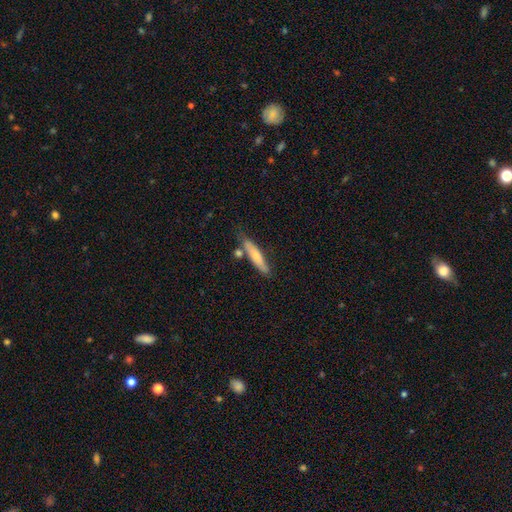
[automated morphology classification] A smooth galaxy with no disk features (67%) that is cigar-shaped (85%). Merging: none (67%).